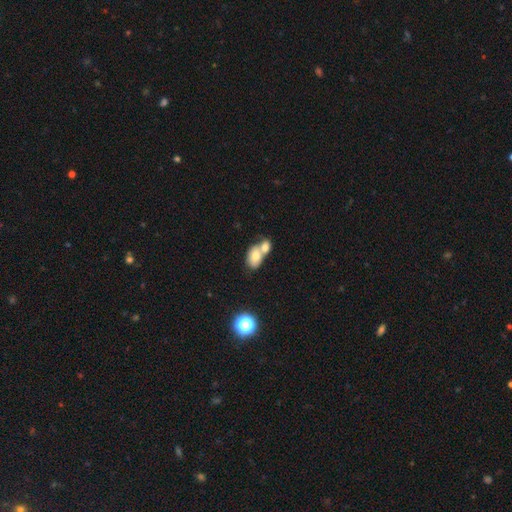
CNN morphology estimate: smooth-or-featured: smooth: 71% | featured or disk: 20% | star or artifact: 8%
  how-rounded: in between: 85% | round: 13% | cigar-shaped: 2%
  merging: merger: 68% | none: 21% | minor disturbance: 8% | major disturbance: 4%